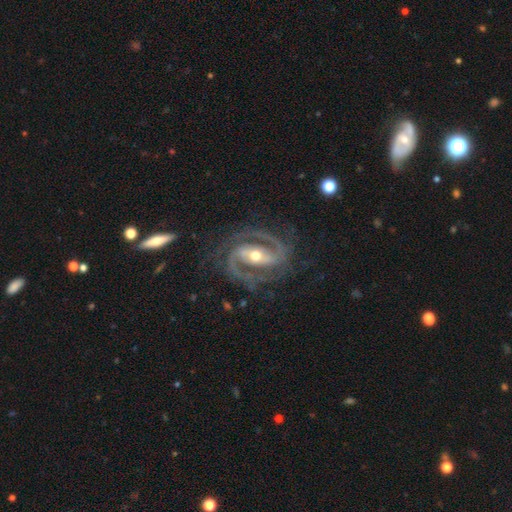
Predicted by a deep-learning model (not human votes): Overall: featured or disk (93%). Edge-on disk: no (97%). Bar: strong (52%; weak 30%). Spiral arms: yes (98%). Spiral arm count: 2 (85%). Spiral winding: medium (56%; tight 34%). Bulge size: moderate (67%). Merging: none (76%).